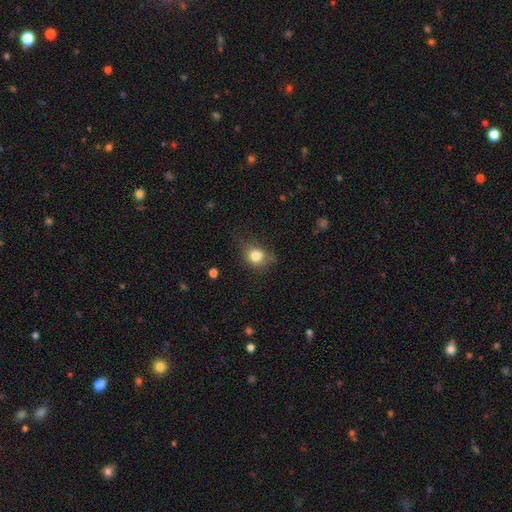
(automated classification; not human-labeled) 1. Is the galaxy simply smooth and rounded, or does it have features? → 79% smooth, 11% featured or disk, 10% star or artifact.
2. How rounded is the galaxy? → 61% round, 38% in between, 1% cigar-shaped.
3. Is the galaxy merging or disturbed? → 52% none, 31% minor disturbance, 14% major disturbance, 3% merger.